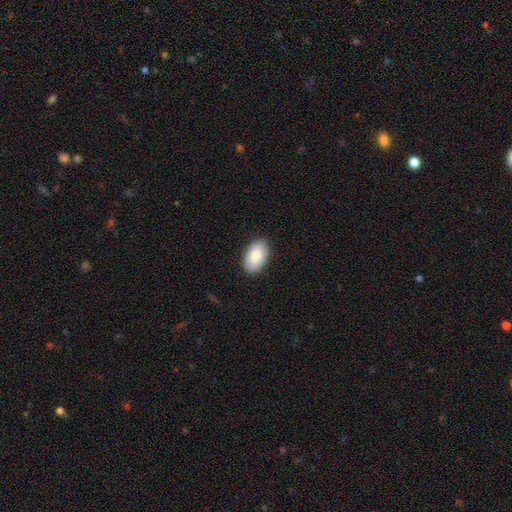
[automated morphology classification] Smooth or featured: smooth — 87% (featured or disk — 8%)
How rounded: in between — 94% (round — 5%)
Merging: none — 88% (minor disturbance — 9%)